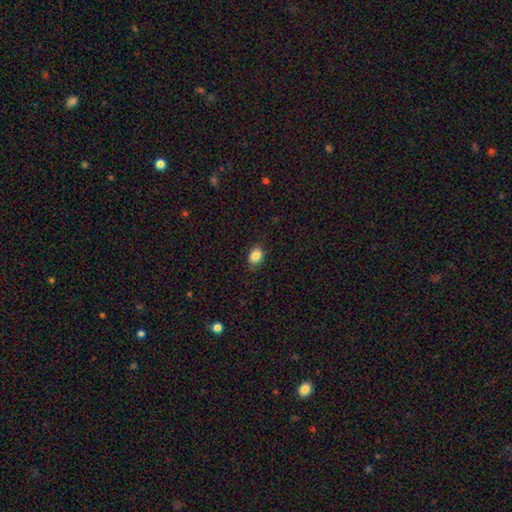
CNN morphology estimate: Smooth or featured? smooth (85%)
How rounded? in between (72%)
Merging? none (86%)